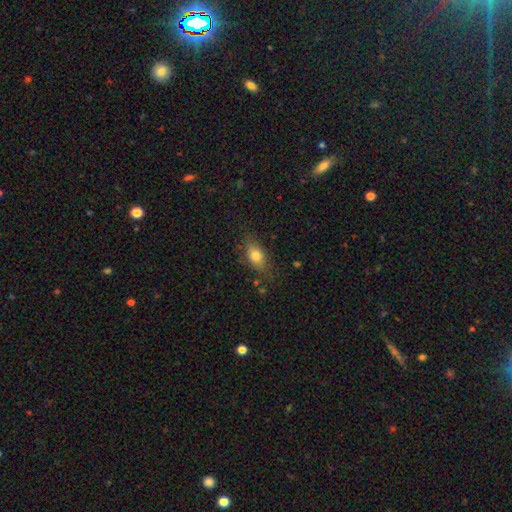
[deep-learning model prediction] The model was most divided on "merging": none: 74%, minor disturbance: 19%, major disturbance: 6%, merger: 2%. More confident: how rounded — in between (81%); smooth or featured — smooth (79%).